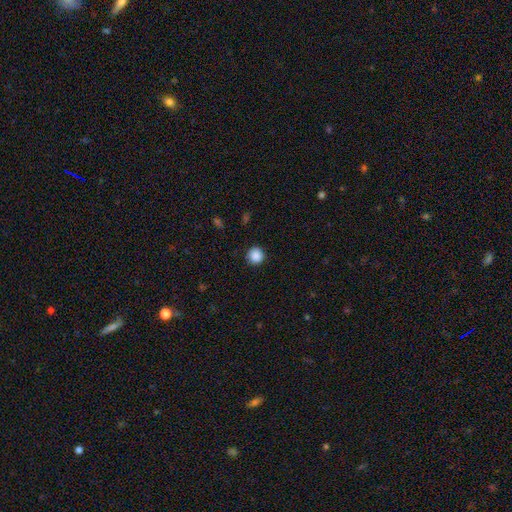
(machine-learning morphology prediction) The model was most divided on "smooth or featured": smooth: 88%, star or artifact: 10%, featured or disk: 3%. More confident: how rounded — round (95%); merging — none (91%).